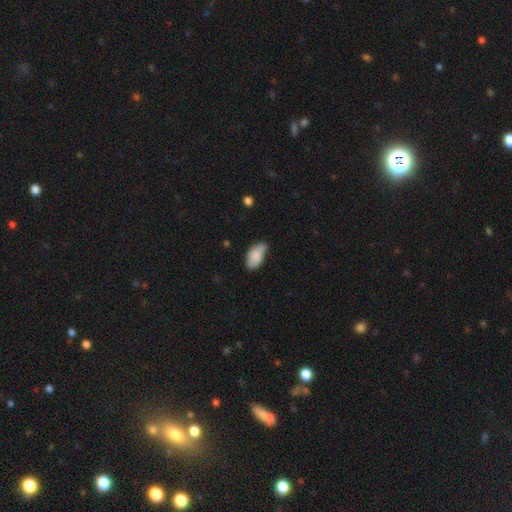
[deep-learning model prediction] Smooth or featured? Predicted: smooth (p=0.85). How rounded? Predicted: in between (p=0.94). Merging? Predicted: none (p=0.52).